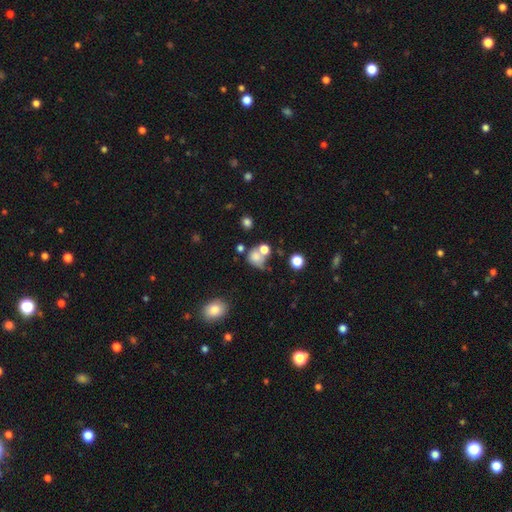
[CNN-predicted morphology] A smooth galaxy with no disk features (71%) that is round (66%).

Vote fractions:
- Smooth or featured? smooth: 71% / featured or disk: 15% / star or artifact: 14%
- How rounded? round: 66% / in between: 33% / cigar-shaped: 1%
- Merging? merger: 38% / none: 33% / minor disturbance: 16% / major disturbance: 13%